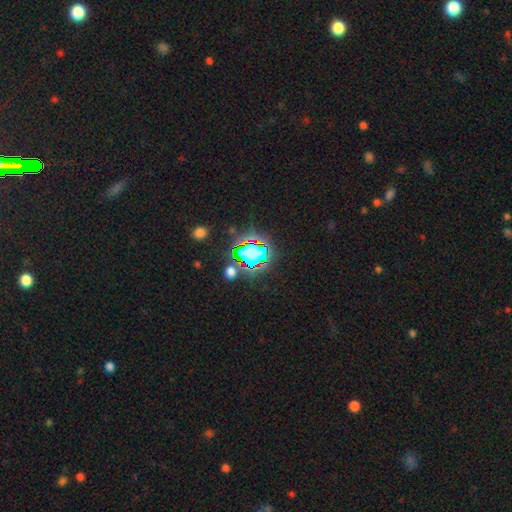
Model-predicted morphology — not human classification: Q: Smooth or featured?
A: star or artifact (70%); runner-up: smooth (19%)